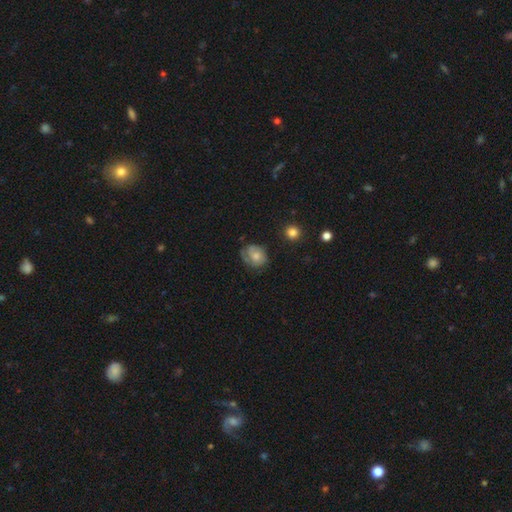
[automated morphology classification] Overall: smooth (48%; featured or disk 43%). Merging: none (58%; minor disturbance 27%).